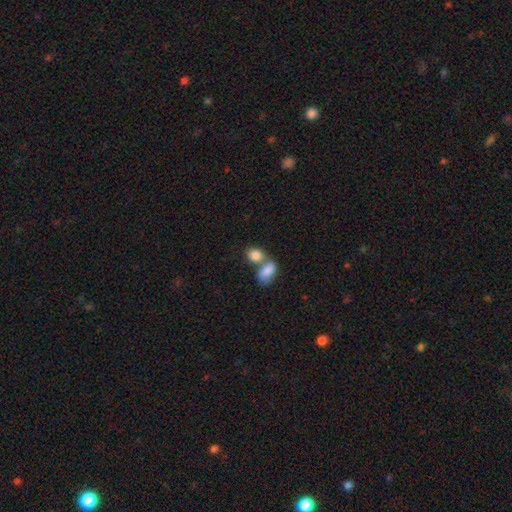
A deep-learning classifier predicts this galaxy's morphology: Q: Smooth or featured?
A: smooth (85%); runner-up: featured or disk (8%)
Q: How rounded?
A: in between (65%); runner-up: round (33%)
Q: Merging?
A: merger (57%); runner-up: none (31%)